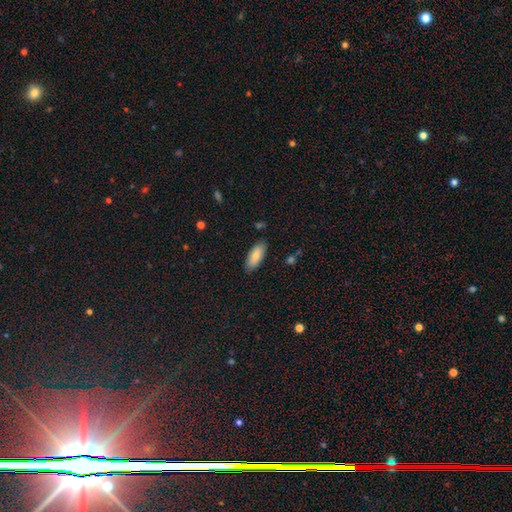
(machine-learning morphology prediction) smooth-or-featured: smooth: 81% | featured or disk: 12% | star or artifact: 6%
  how-rounded: in between: 83% | cigar-shaped: 15% | round: 2%
  merging: none: 86% | minor disturbance: 10% | major disturbance: 2% | merger: 2%